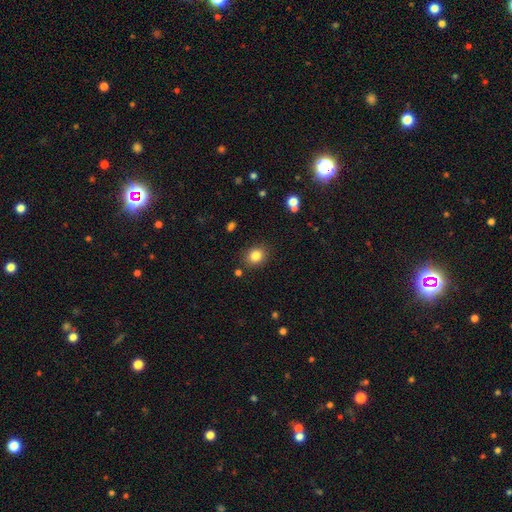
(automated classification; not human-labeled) Smooth or featured? smooth (83%)
How rounded? round (63%)
Merging? none (86%)